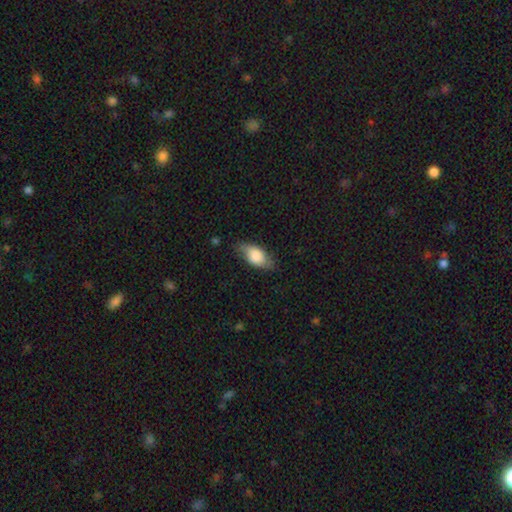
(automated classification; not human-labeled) This appears to be a smooth galaxy with no disk features (75%) that is in between round and cigar-shaped (87%). Merging: none (72%).